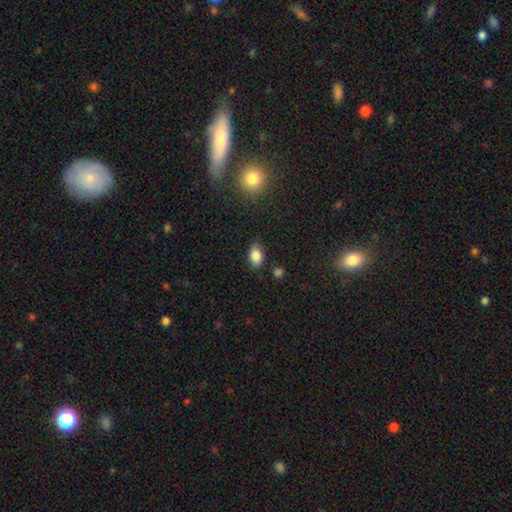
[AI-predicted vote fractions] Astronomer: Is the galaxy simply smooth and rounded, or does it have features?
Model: smooth — 85%.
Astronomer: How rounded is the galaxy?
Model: in between — 85%.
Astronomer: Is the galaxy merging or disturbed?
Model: none — 79%.